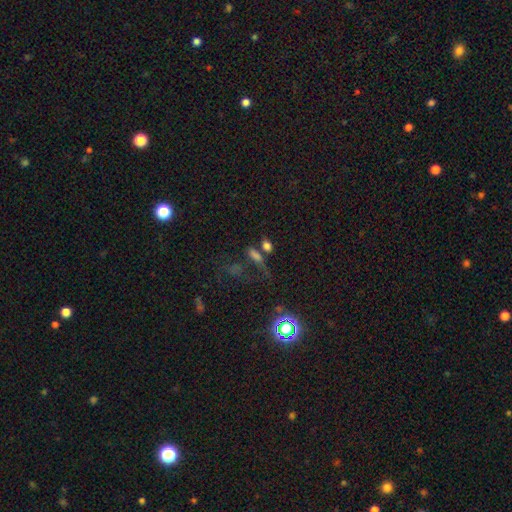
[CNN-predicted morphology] Overall: smooth (56%; star or artifact 30%). How rounded: in between (54%; cigar-shaped 28%). Merging: none (48%; merger 25%).